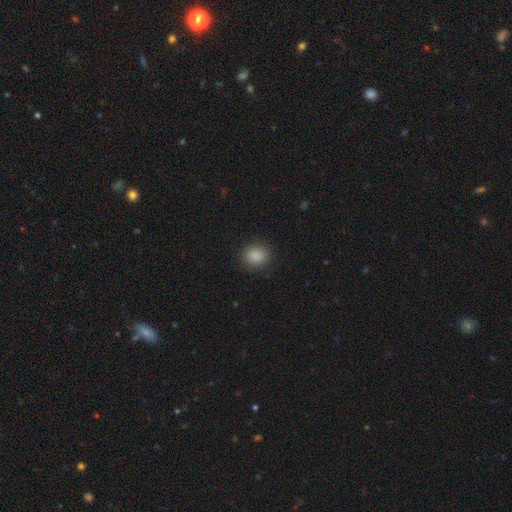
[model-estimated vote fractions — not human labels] A smooth galaxy with no disk features (87%) that is round (78%). Merging: none (89%).